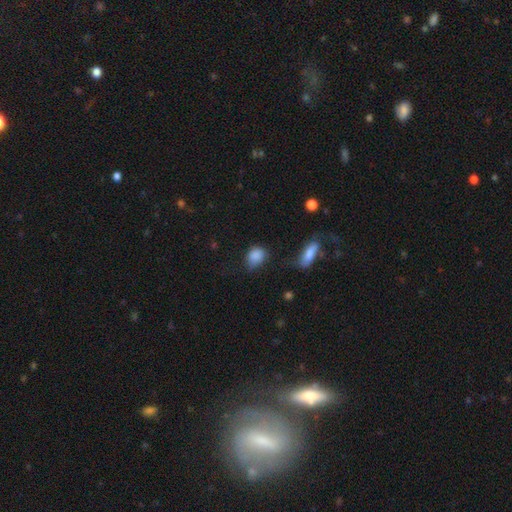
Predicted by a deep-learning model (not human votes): Smooth or featured? smooth (86%)
How rounded? in between (61%)
Merging? none (55%)